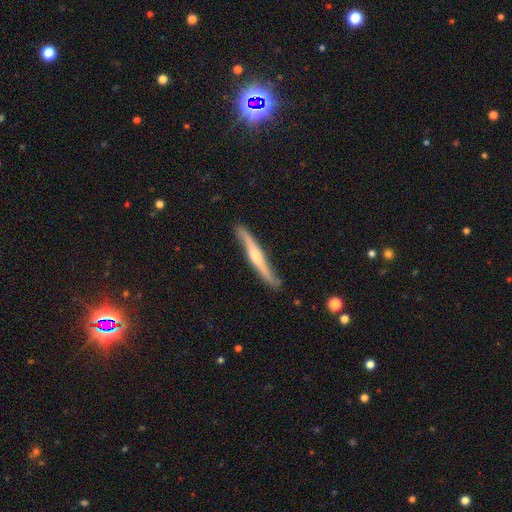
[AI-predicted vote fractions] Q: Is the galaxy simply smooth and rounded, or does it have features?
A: featured or disk — 70%.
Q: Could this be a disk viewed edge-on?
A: yes — 90%.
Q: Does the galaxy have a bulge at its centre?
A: rounded — 77%.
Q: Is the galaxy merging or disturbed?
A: none — 82%.